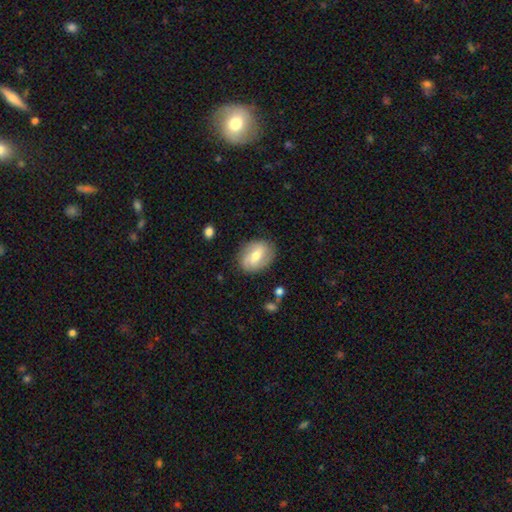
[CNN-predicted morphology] smooth_or_featured: smooth (p=0.49) [alt: featured or disk p=0.44]
merging: none (p=0.80) [alt: minor disturbance p=0.15]